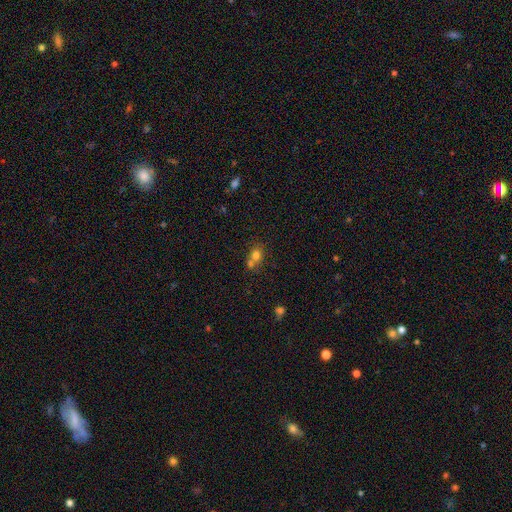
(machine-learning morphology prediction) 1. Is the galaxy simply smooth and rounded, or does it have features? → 73% smooth, 14% star or artifact, 13% featured or disk.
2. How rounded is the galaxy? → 70% round, 29% in between, 1% cigar-shaped.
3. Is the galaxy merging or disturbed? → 45% merger, 42% none, 9% minor disturbance, 4% major disturbance.